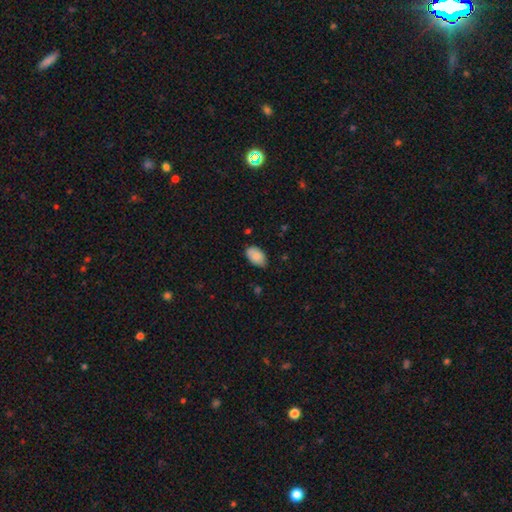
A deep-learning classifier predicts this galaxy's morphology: A smooth galaxy with no disk features (86%) that is in between round and cigar-shaped (93%).

Vote fractions:
- Smooth or featured? smooth: 86% / featured or disk: 8% / star or artifact: 7%
- How rounded? in between: 93% / round: 6% / cigar-shaped: 1%
- Merging? none: 73% / minor disturbance: 22% / major disturbance: 3% / merger: 1%